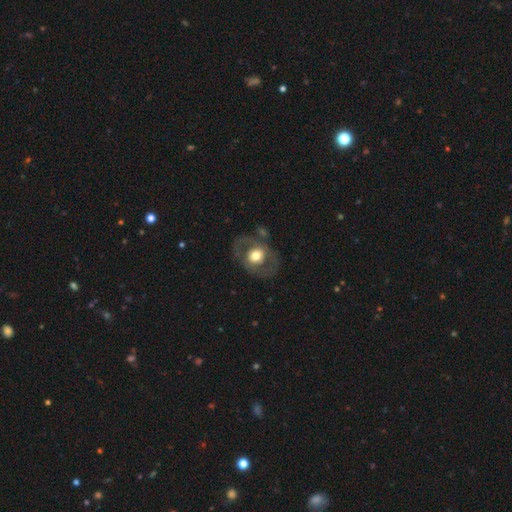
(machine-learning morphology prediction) This appears to be a featured or disk galaxy (51%). Merging: none (72%).